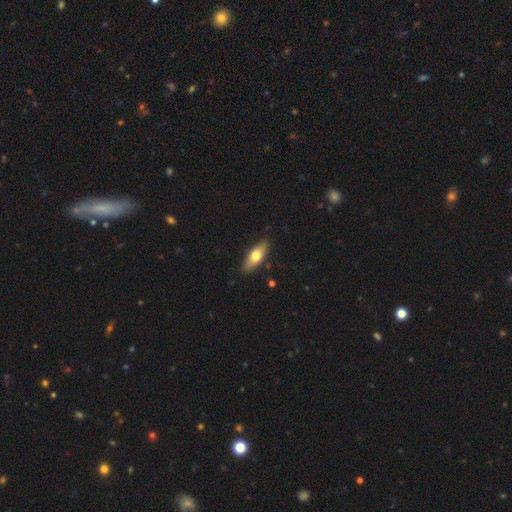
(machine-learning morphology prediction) type=smooth (66%); roundness=in between (72%); merging=none (85%).